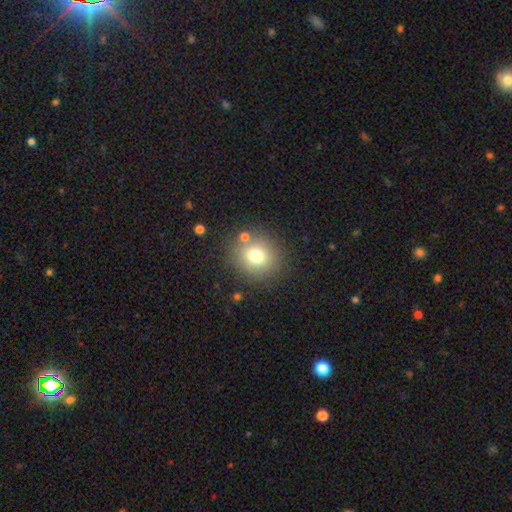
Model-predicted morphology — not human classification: smooth 74%, star or artifact 14%, featured or disk 12%. Down the decision tree: how rounded — round (82%); merging — none (81%).